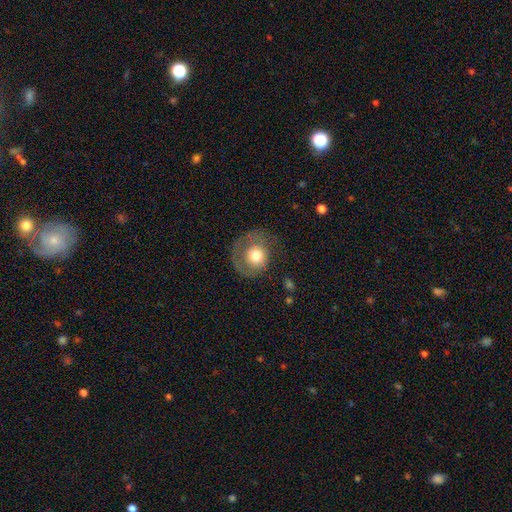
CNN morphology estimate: Smooth or featured: smooth — 56% (featured or disk — 37%)
How rounded: round — 82% (in between — 17%)
Merging: none — 48% (major disturbance — 27%)